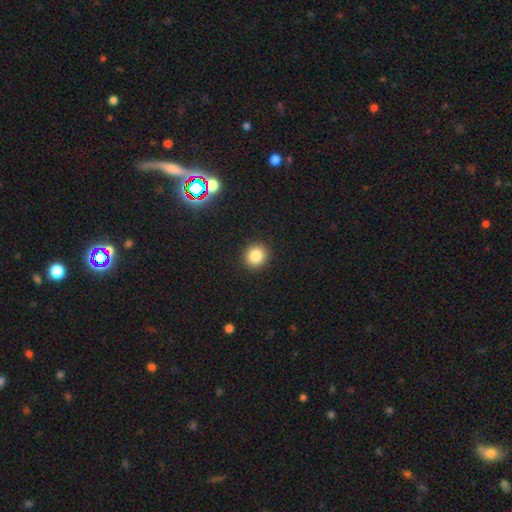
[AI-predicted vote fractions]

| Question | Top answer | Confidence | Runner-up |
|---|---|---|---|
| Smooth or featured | smooth | 83% | star or artifact (11%) |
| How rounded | round | 90% | in between (9%) |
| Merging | none | 92% | minor disturbance (5%) |